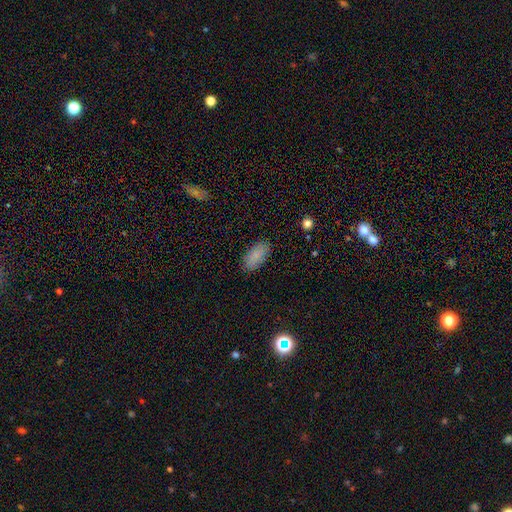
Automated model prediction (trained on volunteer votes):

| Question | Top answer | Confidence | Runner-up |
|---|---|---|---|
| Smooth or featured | smooth | 85% | star or artifact (8%) |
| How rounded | in between | 91% | cigar-shaped (6%) |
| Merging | none | 87% | minor disturbance (10%) |